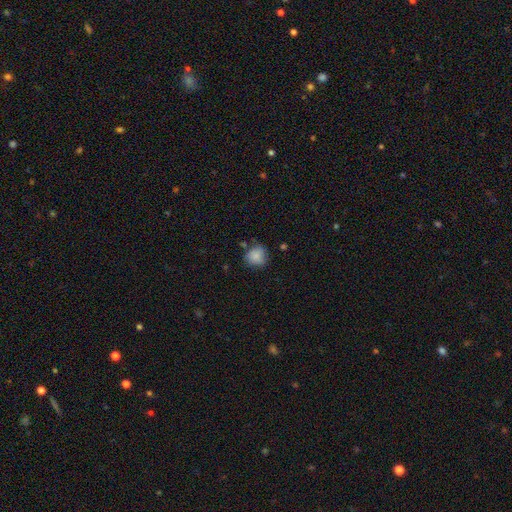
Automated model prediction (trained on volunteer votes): smooth 86%, star or artifact 9%, featured or disk 5%. Down the decision tree: how rounded — round (81%); merging — none (70%).